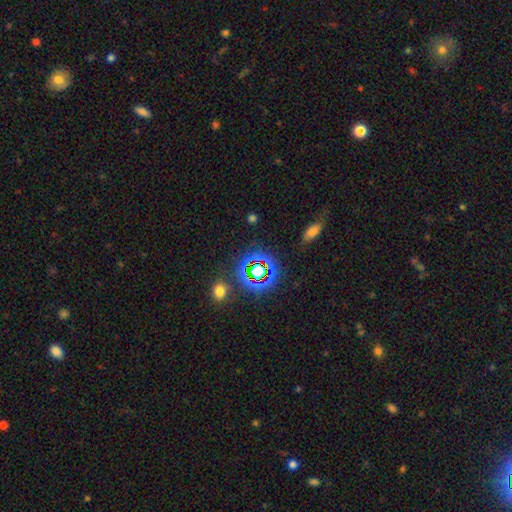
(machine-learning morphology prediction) Smooth or featured?
  - star or artifact: 42% *
  - smooth: 32%
  - featured or disk: 25%